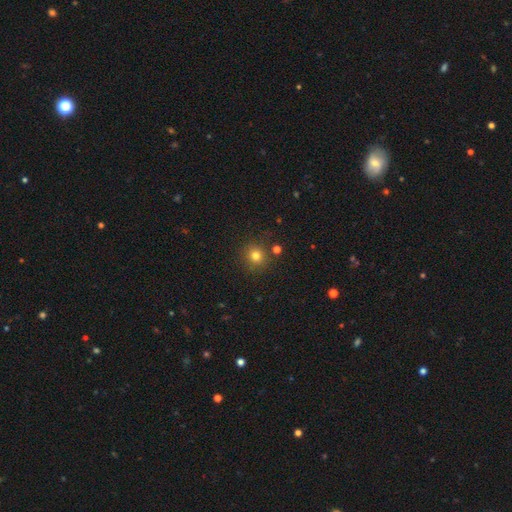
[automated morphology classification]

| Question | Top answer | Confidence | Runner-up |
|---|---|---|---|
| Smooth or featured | smooth | 78% | star or artifact (15%) |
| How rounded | round | 91% | in between (8%) |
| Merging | none | 85% | minor disturbance (8%) |